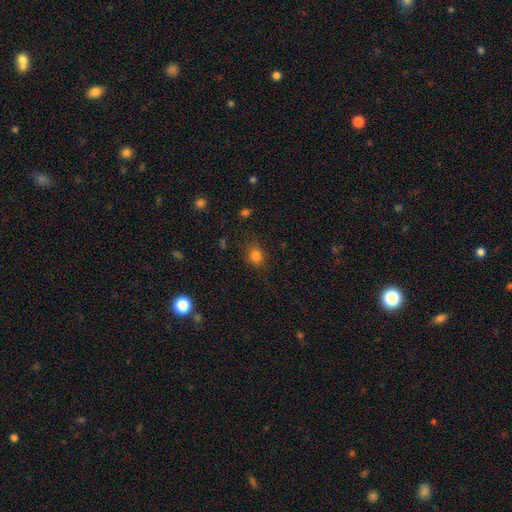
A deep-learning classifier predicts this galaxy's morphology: Smooth or featured?
  - smooth: 80% *
  - star or artifact: 15%
  - featured or disk: 5%
How rounded?
  - round: 62% *
  - in between: 37%
  - cigar-shaped: 1%
Merging?
  - none: 81% *
  - minor disturbance: 13%
  - major disturbance: 4%
  - merger: 2%